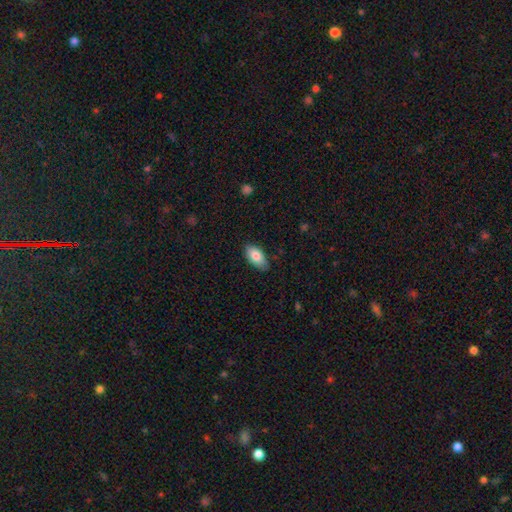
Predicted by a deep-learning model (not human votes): Smooth or featured?
  - smooth: 83% *
  - featured or disk: 10%
  - star or artifact: 6%
How rounded?
  - in between: 93% *
  - cigar-shaped: 4%
  - round: 3%
Merging?
  - none: 83% *
  - minor disturbance: 14%
  - major disturbance: 2%
  - merger: 1%